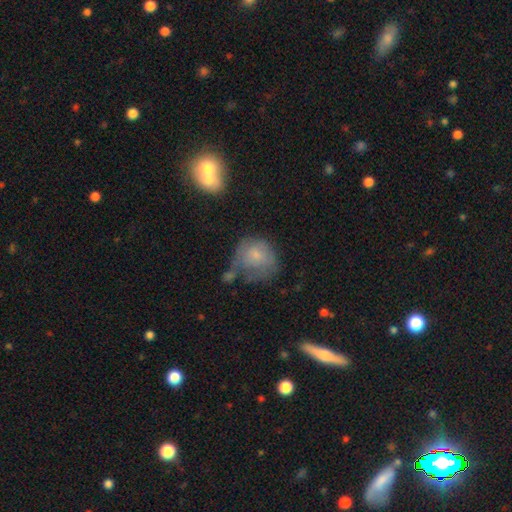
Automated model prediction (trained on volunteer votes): Smooth or featured? Predicted: smooth (p=0.69). How rounded? Predicted: round (p=0.76). Merging? Predicted: none (p=0.37).